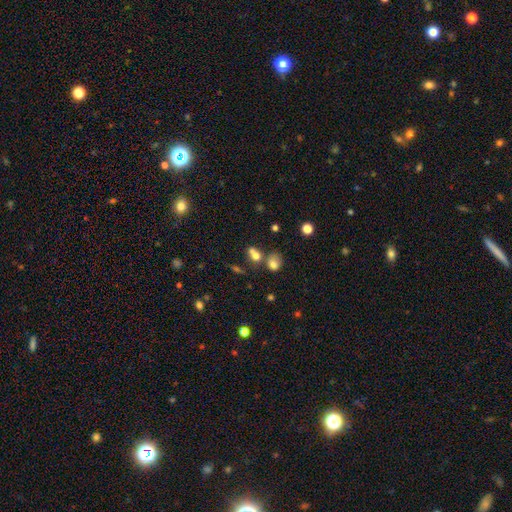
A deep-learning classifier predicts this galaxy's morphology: Smooth or featured: smooth — 70% (featured or disk — 15%)
How rounded: in between — 50% (round — 46%)
Merging: merger — 49% (none — 33%)